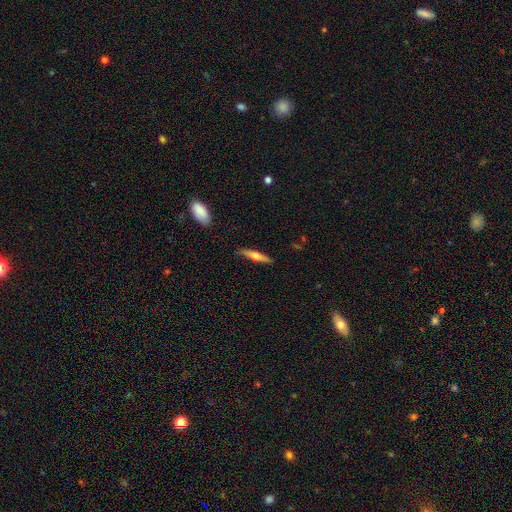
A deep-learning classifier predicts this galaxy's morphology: Smooth or featured?
  - smooth: 58% *
  - featured or disk: 36%
  - star or artifact: 6%
How rounded?
  - cigar-shaped: 87% *
  - in between: 11%
  - round: 2%
Merging?
  - none: 84% *
  - minor disturbance: 12%
  - major disturbance: 2%
  - merger: 1%